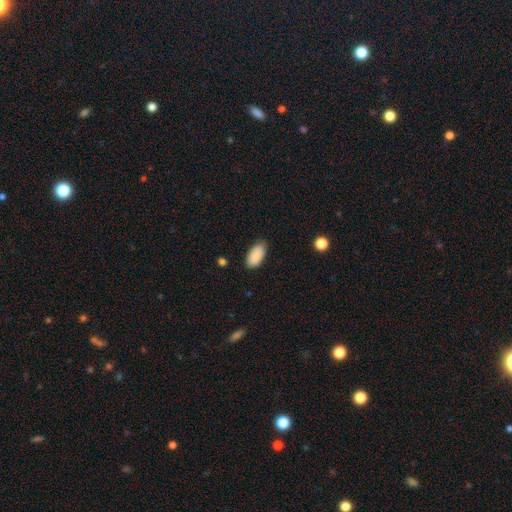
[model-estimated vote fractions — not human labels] smooth 89%, star or artifact 6%, featured or disk 4%. Down the decision tree: how rounded — in between (95%); merging — none (83%).